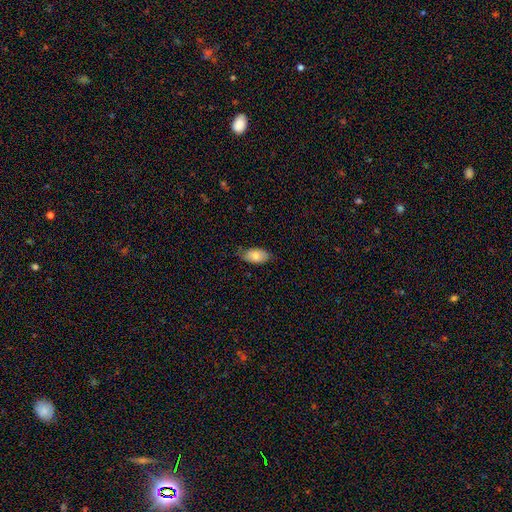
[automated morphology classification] This is likely a smooth galaxy (75%). How rounded: clearly in between (93%). Merging: likely none (71%).